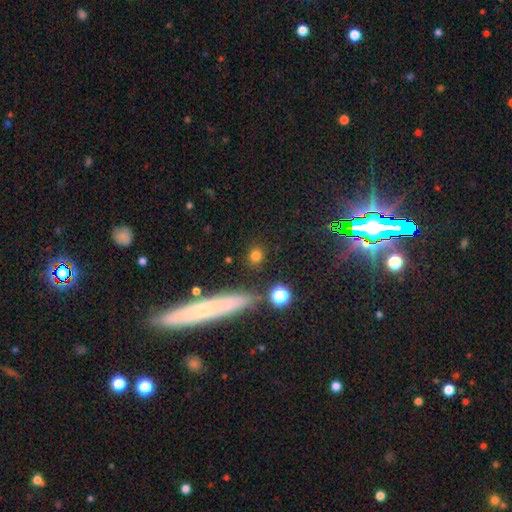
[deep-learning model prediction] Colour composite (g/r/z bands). It shows a smooth galaxy with no disk features (76%) that is round (82%). Merging: none (86%).